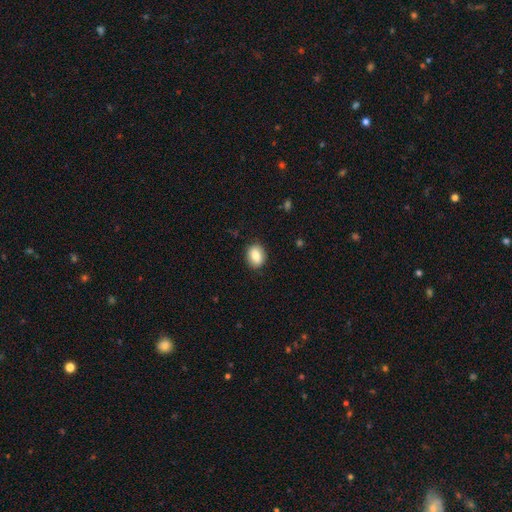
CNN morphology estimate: Q: Smooth or featured?
A: smooth (84%); runner-up: featured or disk (8%)
Q: How rounded?
A: in between (58%); runner-up: round (41%)
Q: Merging?
A: none (87%); runner-up: minor disturbance (10%)